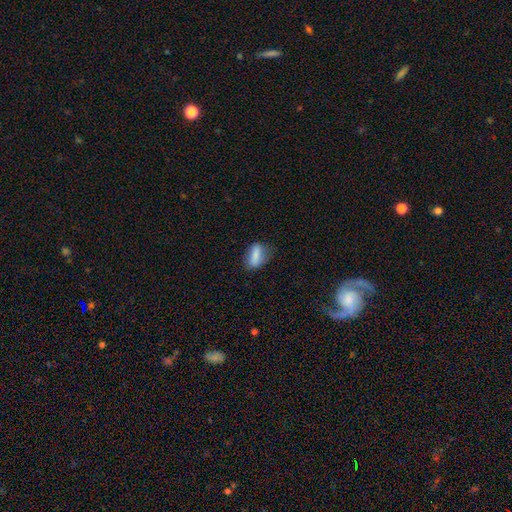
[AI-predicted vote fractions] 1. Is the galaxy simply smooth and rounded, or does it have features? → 77% smooth, 15% featured or disk, 8% star or artifact.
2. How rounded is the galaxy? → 78% in between, 14% cigar-shaped, 9% round.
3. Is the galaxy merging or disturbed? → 62% none, 26% minor disturbance, 9% major disturbance, 2% merger.